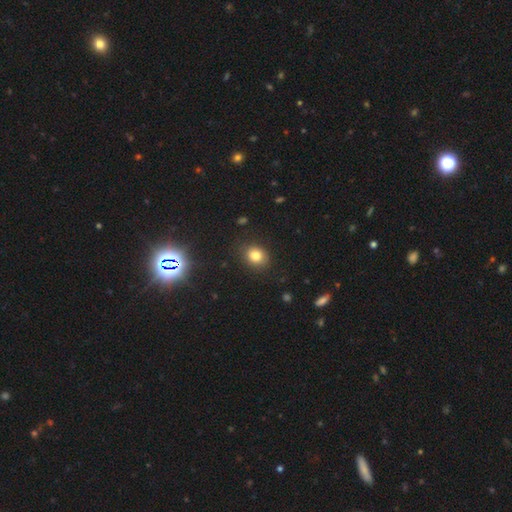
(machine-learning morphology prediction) A smooth galaxy with no disk features (80%) that is round (54%). Merging: none (84%).